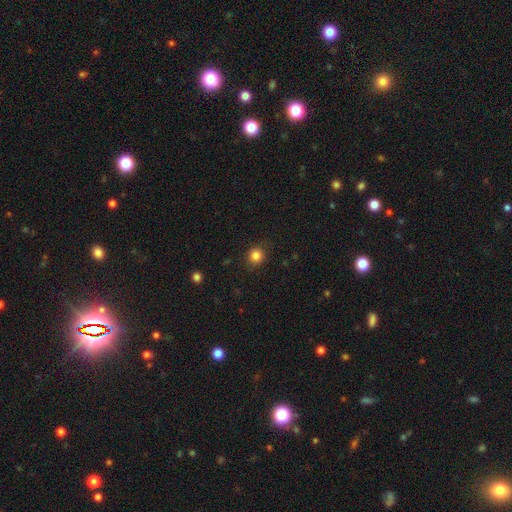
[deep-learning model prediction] Overall: smooth (84%). How rounded: round (88%). Merging: none (87%).